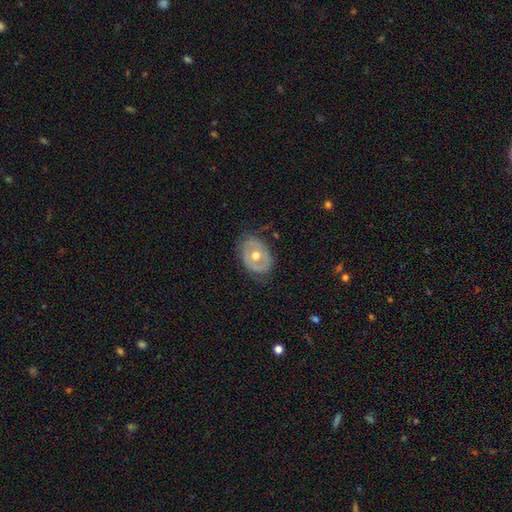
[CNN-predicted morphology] Smooth or featured?
  - featured or disk: 58% *
  - smooth: 36%
  - star or artifact: 6%
Edge-on disk?
  - no: 93% *
  - yes: 7%
Bar?
  - no: 82% *
  - weak: 13%
  - strong: 5%
Spiral arms?
  - no: 75% *
  - yes: 25%
Bulge size?
  - moderate: 80% *
  - small: 13%
  - large: 5%
  - none: 1%
  - dominant: 1%
Merging?
  - none: 71% *
  - minor disturbance: 21%
  - major disturbance: 7%
  - merger: 1%